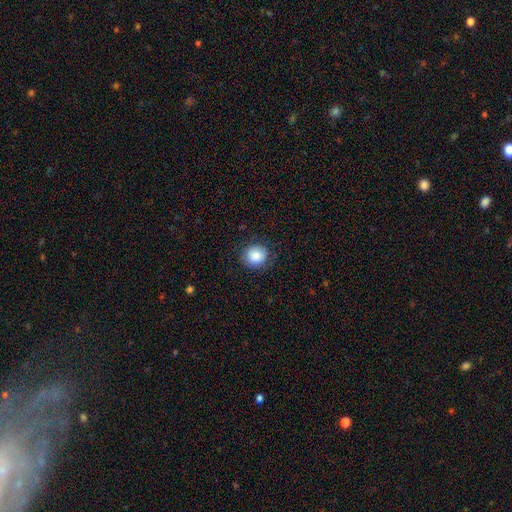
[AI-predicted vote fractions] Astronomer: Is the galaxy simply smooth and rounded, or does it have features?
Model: smooth — 83%.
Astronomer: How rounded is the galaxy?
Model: round — 81%.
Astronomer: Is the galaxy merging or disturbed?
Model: none — 83%.